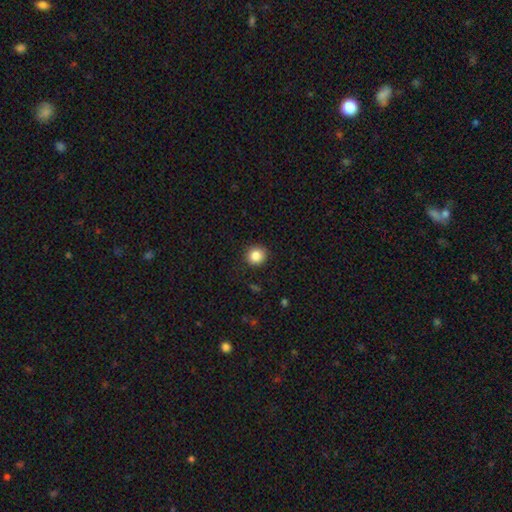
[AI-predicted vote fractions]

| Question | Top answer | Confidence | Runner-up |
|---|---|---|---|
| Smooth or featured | smooth | 85% | star or artifact (10%) |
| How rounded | round | 90% | in between (9%) |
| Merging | none | 90% | minor disturbance (7%) |